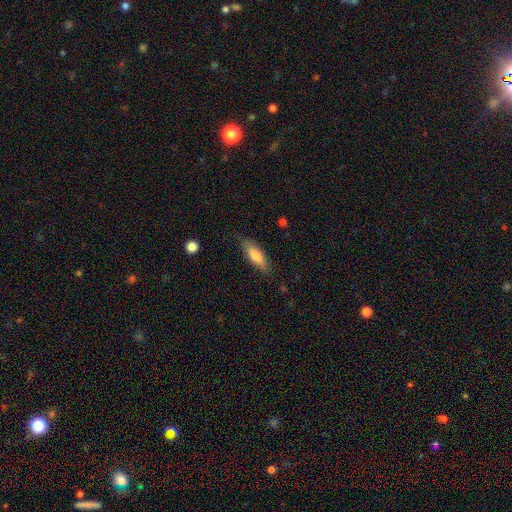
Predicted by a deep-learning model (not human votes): This is likely a smooth galaxy (77%). How rounded: likely in between (61%). Merging: likely none (79%).